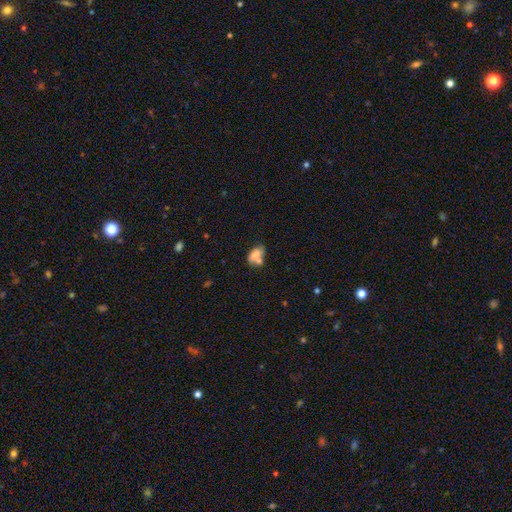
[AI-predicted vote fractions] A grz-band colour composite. It shows a smooth galaxy with no disk features (71%) that is in between round and cigar-shaped (86%). Merging: none (39%).